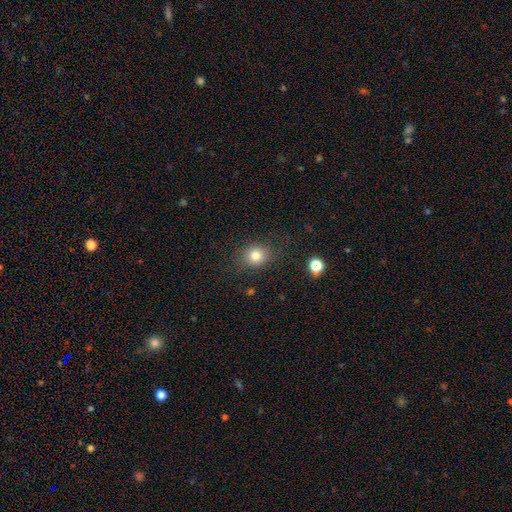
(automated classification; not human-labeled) smooth-or-featured: smooth: 80% | star or artifact: 12% | featured or disk: 8%
  how-rounded: round: 69% | in between: 30% | cigar-shaped: 1%
  merging: none: 81% | minor disturbance: 12% | major disturbance: 5% | merger: 2%